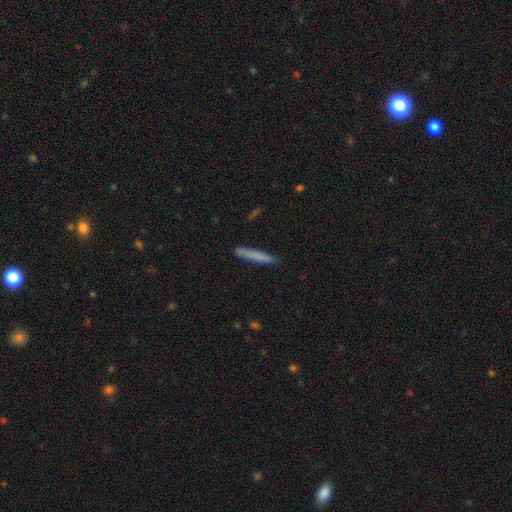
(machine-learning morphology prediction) The model was most divided on "smooth or featured": smooth: 77%, featured or disk: 17%, star or artifact: 6%. More confident: how rounded — cigar-shaped (95%); merging — none (87%).